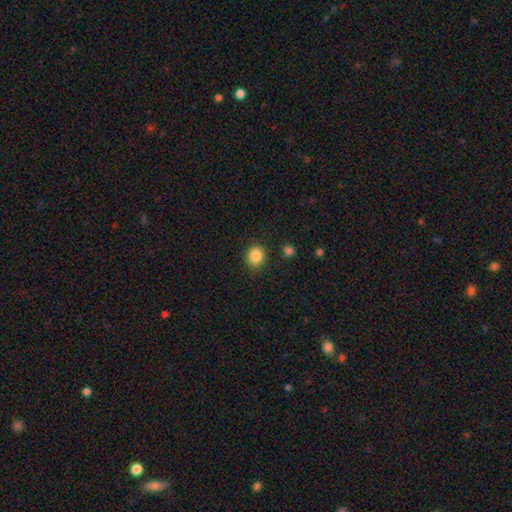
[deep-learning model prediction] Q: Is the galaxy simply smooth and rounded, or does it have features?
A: smooth — 87%.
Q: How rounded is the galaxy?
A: round — 80%.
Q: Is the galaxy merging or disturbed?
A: none — 85%.